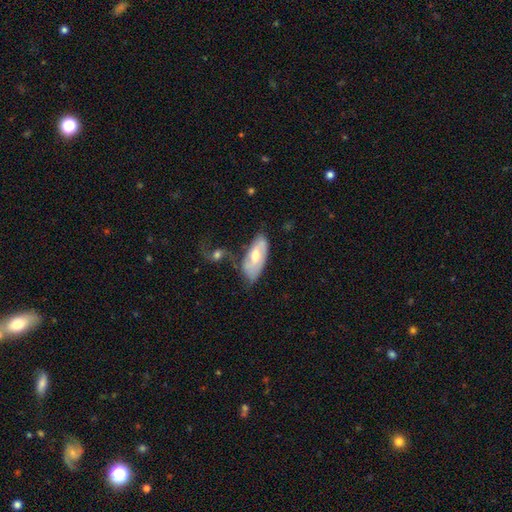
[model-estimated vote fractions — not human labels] featured or disk 52%, smooth 42%, star or artifact 6%. Down the decision tree: edge-on disk — no (85%); merging — none (48%).